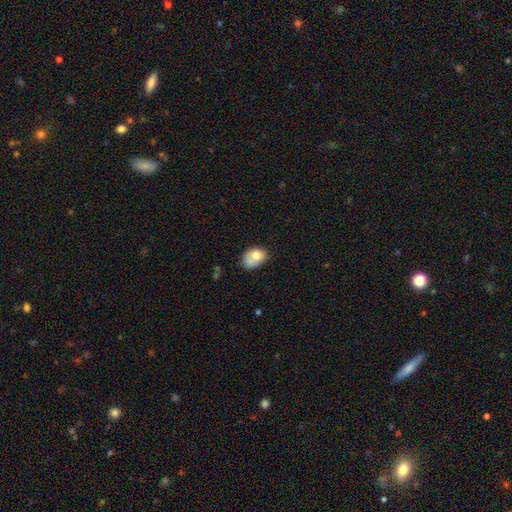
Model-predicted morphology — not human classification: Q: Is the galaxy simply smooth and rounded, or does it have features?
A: smooth — 73%.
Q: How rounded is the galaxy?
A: in between — 72%.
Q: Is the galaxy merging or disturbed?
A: none — 41%.